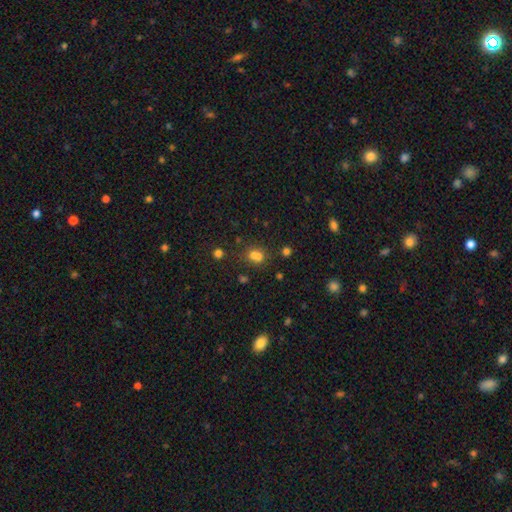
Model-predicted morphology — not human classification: This is likely a smooth galaxy (67%). How rounded: possibly round (59%). Merging: marginally none (44%).